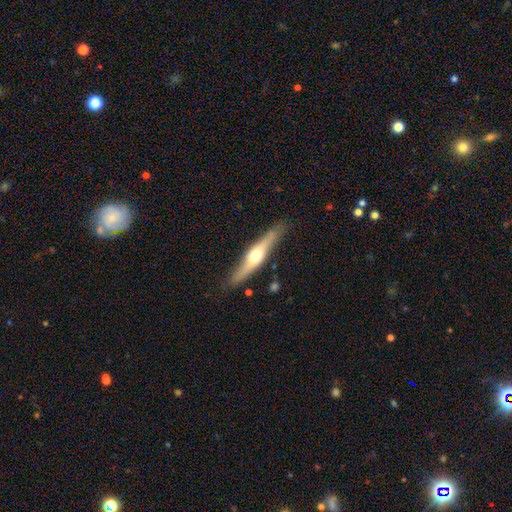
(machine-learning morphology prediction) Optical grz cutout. It shows a featured or disk galaxy (63%) viewed edge-on (93%) with a rounded central bulge (92%). Merging: none (85%).